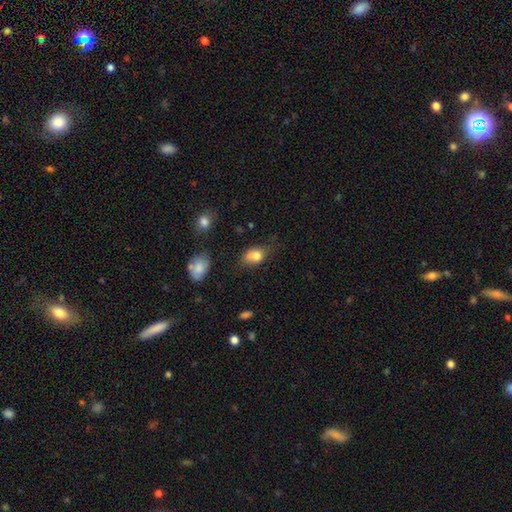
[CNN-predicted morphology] Smooth or featured? smooth (78%)
How rounded? in between (71%)
Merging? none (44%)